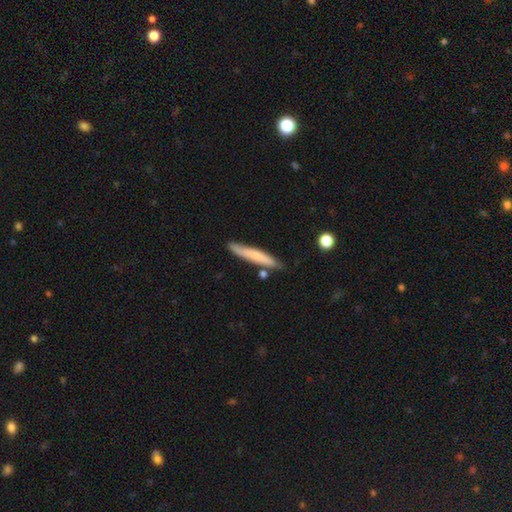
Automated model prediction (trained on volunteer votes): smooth 67%, featured or disk 27%, star or artifact 6%. Down the decision tree: how rounded — cigar-shaped (94%); merging — none (78%).